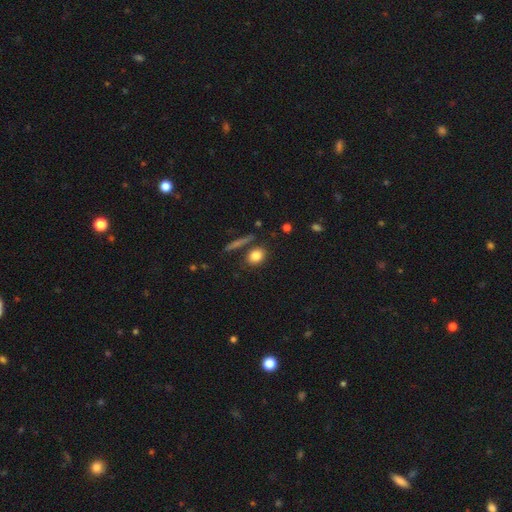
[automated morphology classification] Q: Smooth or featured?
A: smooth (83%); runner-up: star or artifact (9%)
Q: How rounded?
A: in between (52%); runner-up: round (44%)
Q: Merging?
A: none (78%); runner-up: minor disturbance (11%)